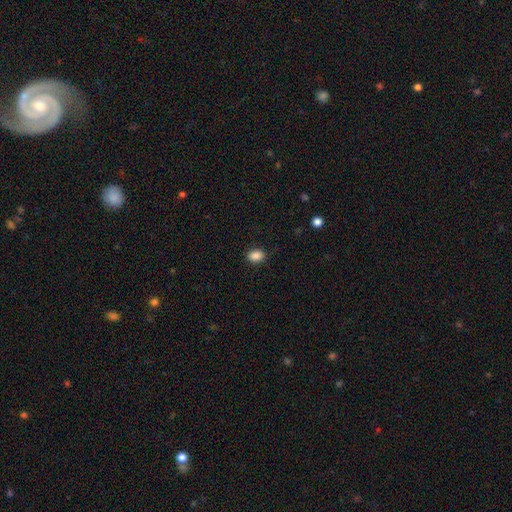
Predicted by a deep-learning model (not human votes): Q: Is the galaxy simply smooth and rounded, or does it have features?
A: smooth — 88%.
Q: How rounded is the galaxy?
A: in between — 71%.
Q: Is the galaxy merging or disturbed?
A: none — 88%.